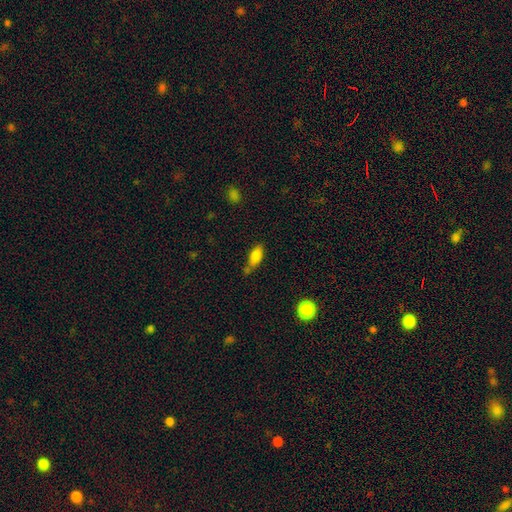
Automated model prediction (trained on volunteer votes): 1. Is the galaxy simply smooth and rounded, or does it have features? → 81% smooth, 11% featured or disk, 9% star or artifact.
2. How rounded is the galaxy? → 77% in between, 20% cigar-shaped, 3% round.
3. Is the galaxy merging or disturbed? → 52% none, 27% minor disturbance, 14% merger, 7% major disturbance.